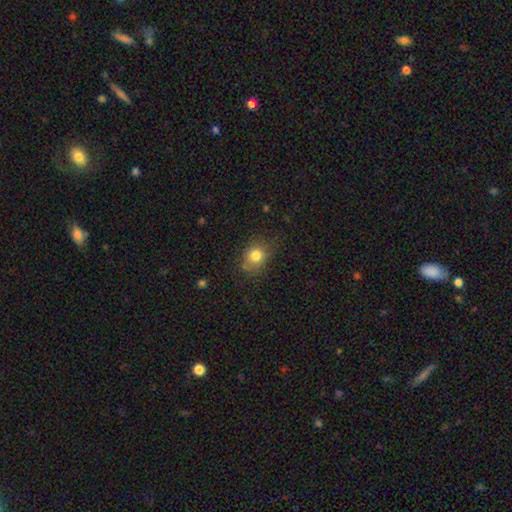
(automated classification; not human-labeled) This is likely a smooth galaxy (79%). How rounded: likely round (62%). Merging: likely none (66%).